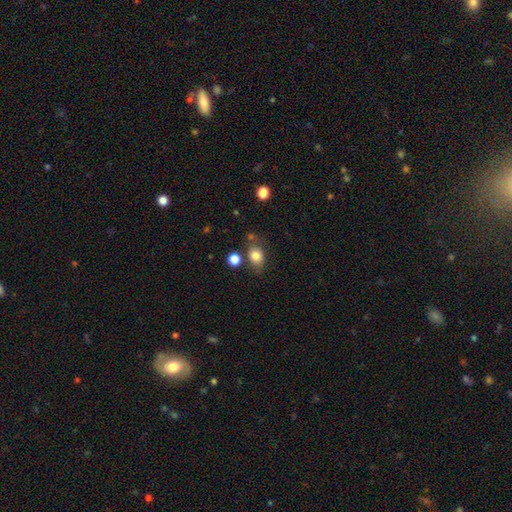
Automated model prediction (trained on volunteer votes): A smooth galaxy with no disk features (82%) that is in between round and cigar-shaped (54%).

Vote fractions:
- Smooth or featured? smooth: 82% / star or artifact: 10% / featured or disk: 8%
- How rounded? in between: 54% / round: 45% / cigar-shaped: 1%
- Merging? none: 67% / minor disturbance: 17% / merger: 10% / major disturbance: 6%